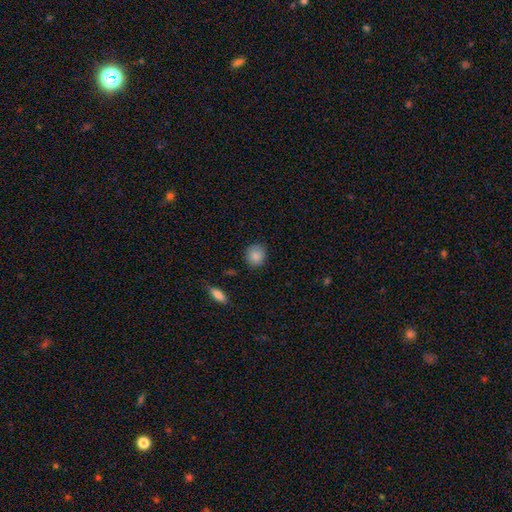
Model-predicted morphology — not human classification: smooth_or_featured: smooth (p=0.87) [alt: star or artifact p=0.08]
how_rounded: round (p=0.84) [alt: in between p=0.15]
merging: none (p=0.84) [alt: minor disturbance p=0.12]